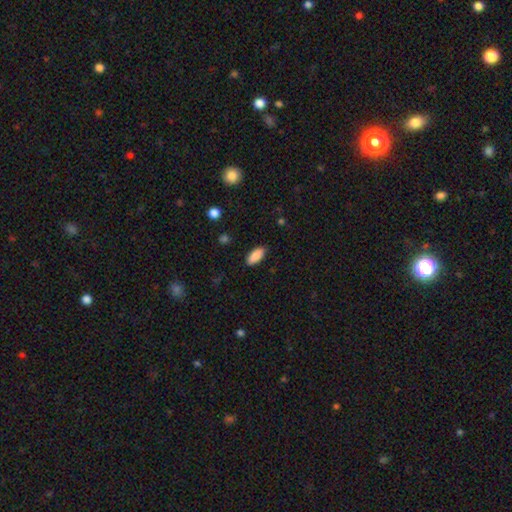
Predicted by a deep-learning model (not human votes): A smooth galaxy with no disk features (87%) that is in between round and cigar-shaped (86%).

Vote fractions:
- Smooth or featured? smooth: 87% / star or artifact: 7% / featured or disk: 6%
- How rounded? in between: 86% / cigar-shaped: 12% / round: 2%
- Merging? none: 88% / minor disturbance: 9% / major disturbance: 2% / merger: 1%